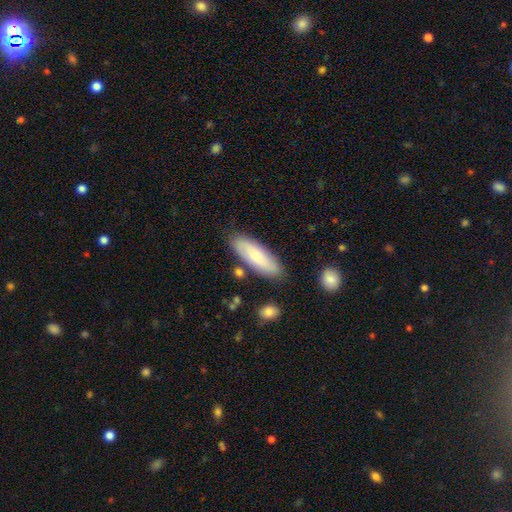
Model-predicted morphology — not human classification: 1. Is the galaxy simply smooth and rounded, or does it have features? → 68% smooth, 26% featured or disk, 6% star or artifact.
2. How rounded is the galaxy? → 58% in between, 40% cigar-shaped, 2% round.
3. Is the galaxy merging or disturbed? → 81% none, 13% minor disturbance, 4% merger, 3% major disturbance.